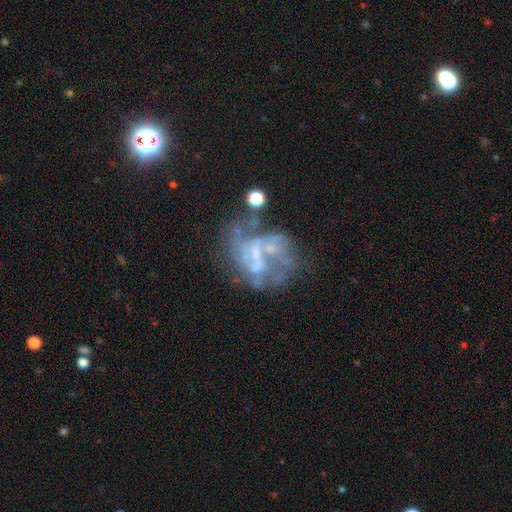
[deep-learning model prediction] Smooth or featured: featured or disk — 72% (star or artifact — 14%)
Edge-on disk: no — 98% (yes — 2%)
Bar: no — 50% (weak — 35%)
Spiral arms: no — 54% (yes — 46%)
Bulge size: none — 47% (small — 33%)
Merging: major disturbance — 34% (none — 33%)